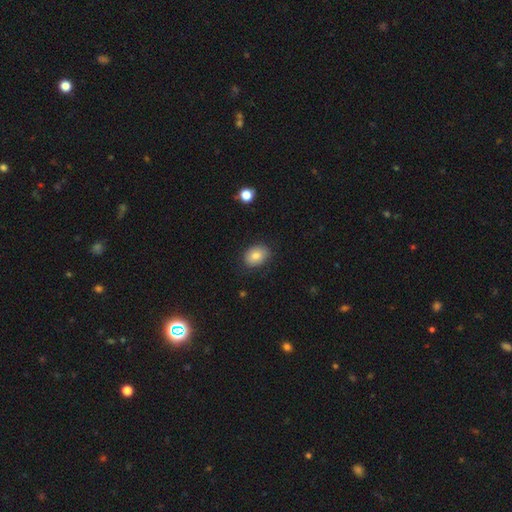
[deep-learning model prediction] A smooth galaxy with no disk features (81%) that is in between round and cigar-shaped (64%).

Vote fractions:
- Smooth or featured? smooth: 81% / featured or disk: 10% / star or artifact: 9%
- How rounded? in between: 64% / round: 35% / cigar-shaped: 1%
- Merging? none: 83% / minor disturbance: 13% / major disturbance: 3% / merger: 1%